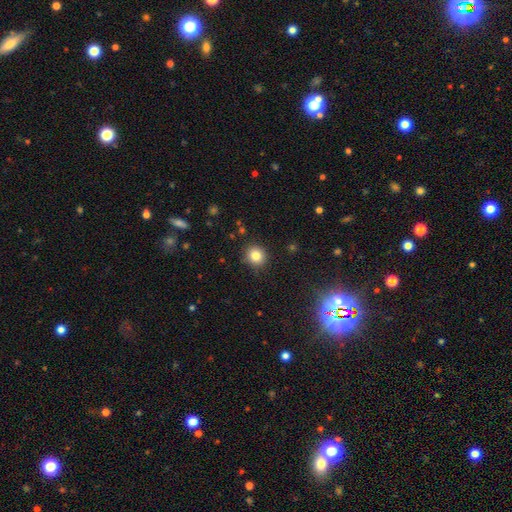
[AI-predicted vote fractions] smooth 82%, star or artifact 12%, featured or disk 6%. Down the decision tree: how rounded — round (90%); merging — none (89%).